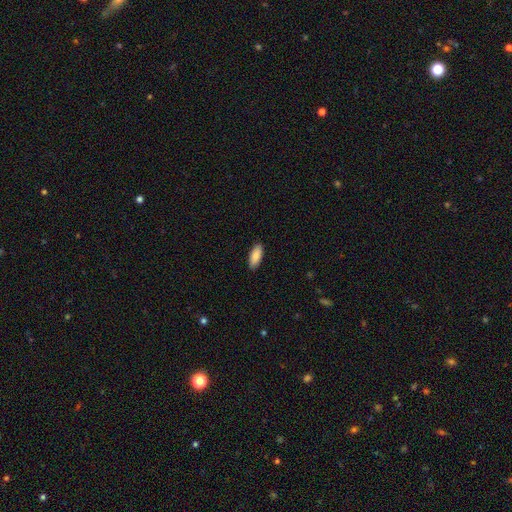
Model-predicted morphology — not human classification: Smooth or featured? smooth (87%)
How rounded? in between (78%)
Merging? none (90%)